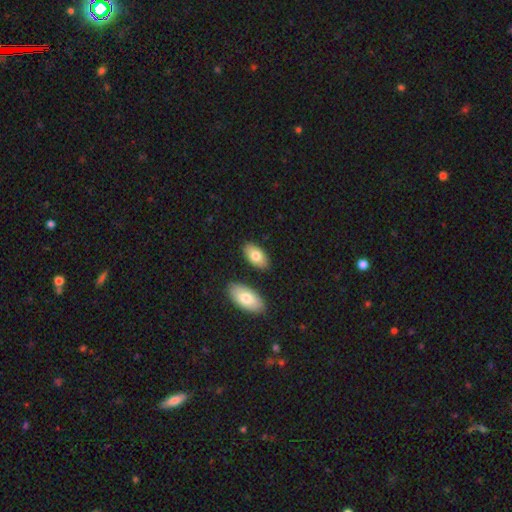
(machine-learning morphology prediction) Overall: smooth (79%). How rounded: in between (94%). Merging: none (82%).